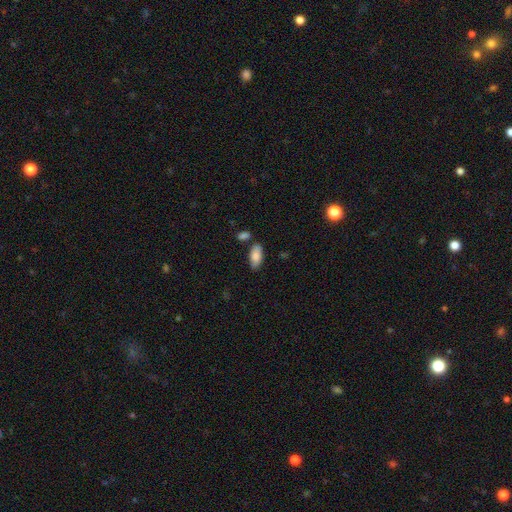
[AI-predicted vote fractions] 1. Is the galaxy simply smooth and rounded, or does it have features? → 84% smooth, 10% featured or disk, 6% star or artifact.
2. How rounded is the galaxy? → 90% in between, 8% cigar-shaped, 2% round.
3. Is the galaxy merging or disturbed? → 74% none, 15% minor disturbance, 7% merger, 3% major disturbance.